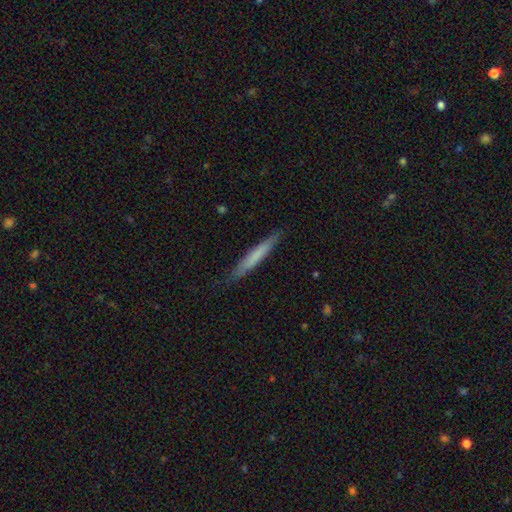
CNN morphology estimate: Smooth or featured: smooth — 67% (featured or disk — 27%)
How rounded: cigar-shaped — 96% (in between — 3%)
Merging: none — 86% (minor disturbance — 11%)